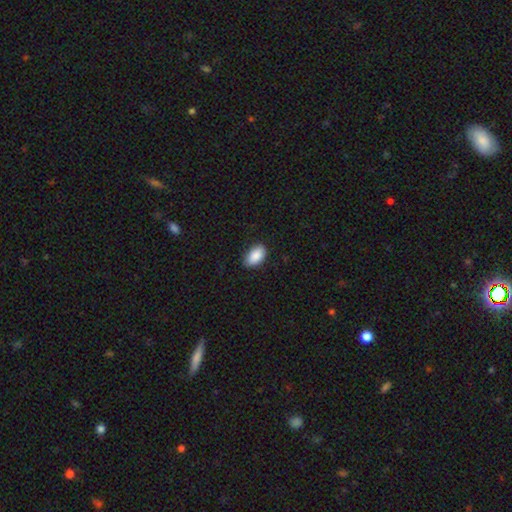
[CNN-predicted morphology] A smooth galaxy with no disk features (89%) that is in between round and cigar-shaped (94%).

Vote fractions:
- Smooth or featured? smooth: 89% / star or artifact: 7% / featured or disk: 4%
- How rounded? in between: 94% / round: 5% / cigar-shaped: 2%
- Merging? none: 84% / minor disturbance: 13% / major disturbance: 2% / merger: 1%